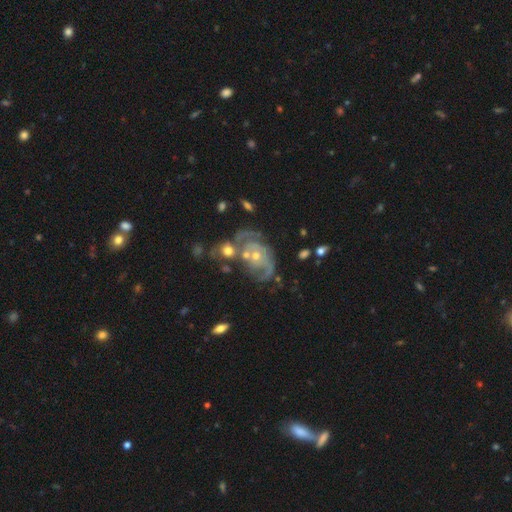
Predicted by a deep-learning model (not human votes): featured or disk 84%, smooth 9%, star or artifact 7%. Down the decision tree: edge-on disk — no (97%); bar — no (77%); spiral arms — yes (92%); spiral arm count — 2 (48%); spiral winding — tight (52%); bulge size — small (56%); merging — none (41%).